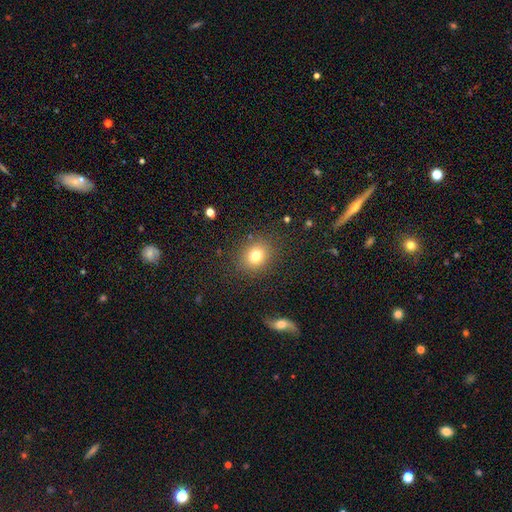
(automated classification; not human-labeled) Smooth or featured? smooth (77%)
How rounded? round (75%)
Merging? none (87%)